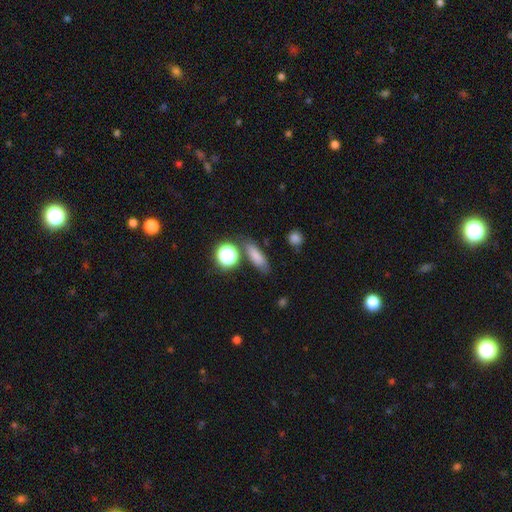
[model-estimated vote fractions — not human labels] Smooth or featured? Predicted: smooth (p=0.77). How rounded? Predicted: in between (p=0.50). Merging? Predicted: none (p=0.77).